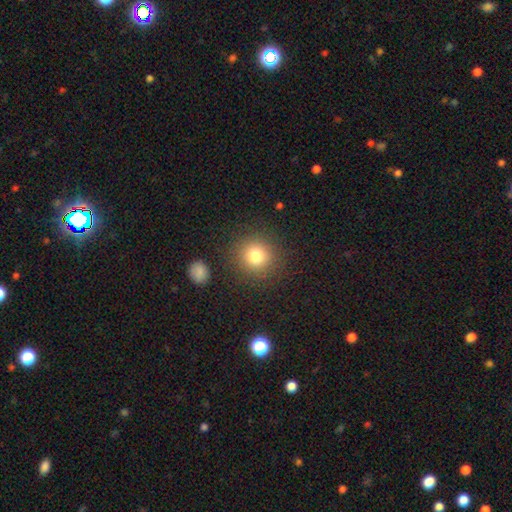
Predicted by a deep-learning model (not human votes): Smooth or featured? Predicted: smooth (p=0.79). How rounded? Predicted: round (p=0.93). Merging? Predicted: none (p=0.87).